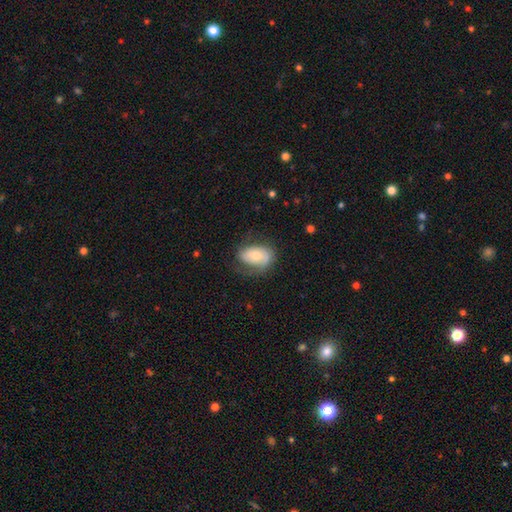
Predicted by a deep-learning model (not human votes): Overall: smooth (52%; featured or disk 41%). How rounded: in between (86%). Merging: none (54%; minor disturbance 27%).